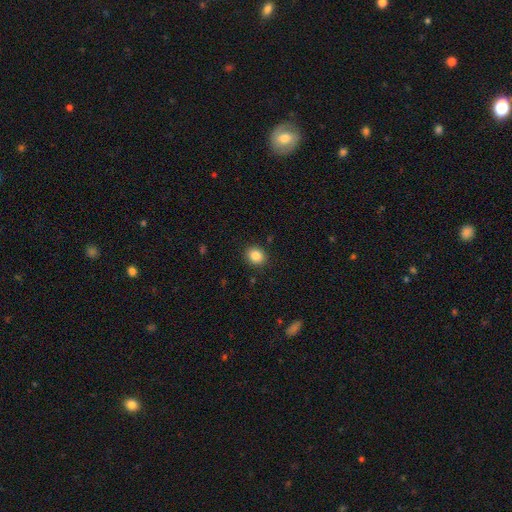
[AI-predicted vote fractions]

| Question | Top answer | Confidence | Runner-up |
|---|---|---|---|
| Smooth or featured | smooth | 86% | star or artifact (10%) |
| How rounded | round | 75% | in between (24%) |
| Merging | none | 89% | minor disturbance (7%) |